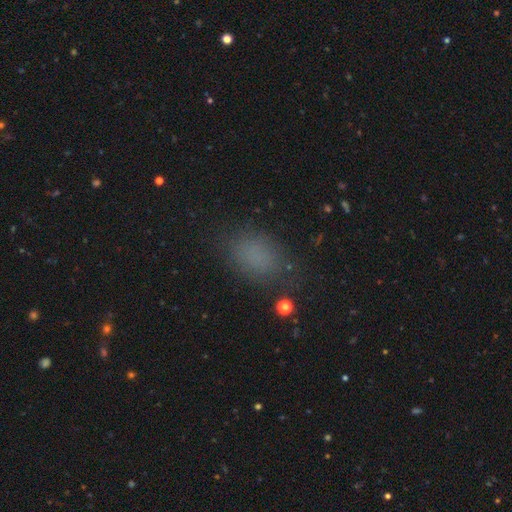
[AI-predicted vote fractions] smooth_or_featured: smooth (p=0.77) [alt: star or artifact p=0.16]
how_rounded: in between (p=0.79) [alt: round p=0.19]
merging: none (p=0.77) [alt: minor disturbance p=0.15]